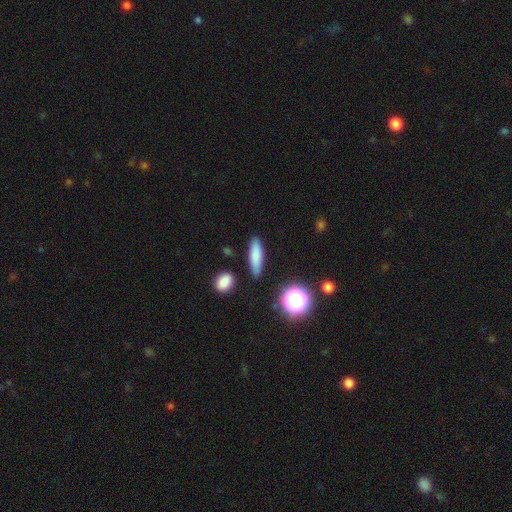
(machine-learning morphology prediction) Q: Smooth or featured?
A: smooth (79%); runner-up: featured or disk (12%)
Q: How rounded?
A: cigar-shaped (59%); runner-up: in between (37%)
Q: Merging?
A: none (83%); runner-up: minor disturbance (11%)